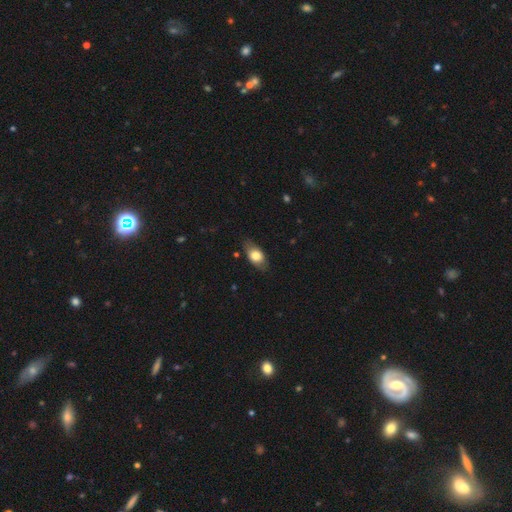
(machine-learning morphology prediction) A smooth galaxy with no disk features (72%) that is in between round and cigar-shaped (87%). Merging: none (79%).